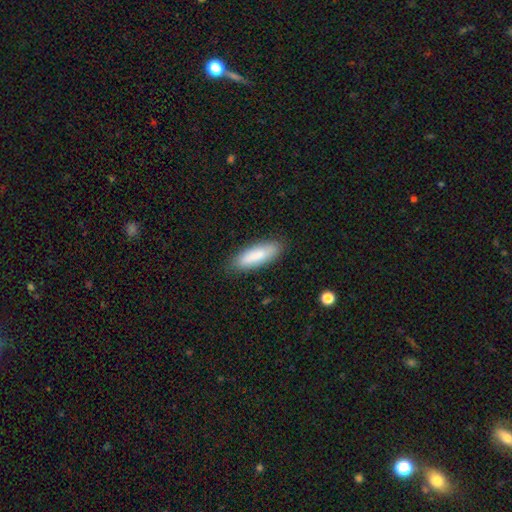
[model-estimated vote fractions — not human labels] A smooth galaxy with no disk features (84%) that is in between round and cigar-shaped (52%).

Vote fractions:
- Smooth or featured? smooth: 84% / featured or disk: 11% / star or artifact: 6%
- How rounded? in between: 52% / cigar-shaped: 46% / round: 2%
- Merging? none: 86% / minor disturbance: 11% / major disturbance: 2% / merger: 1%